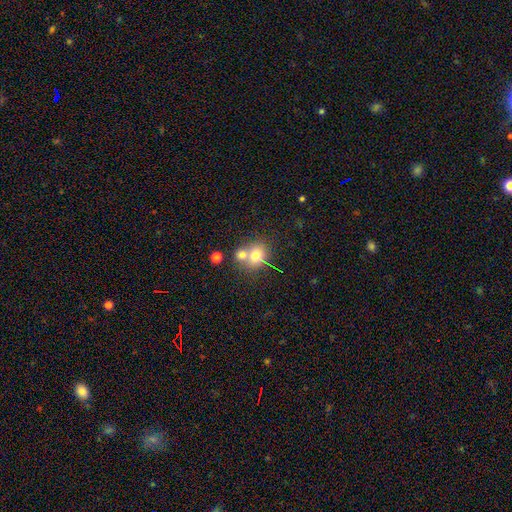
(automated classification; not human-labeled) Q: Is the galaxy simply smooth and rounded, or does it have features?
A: smooth — 72%.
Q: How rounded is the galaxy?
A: round — 69%.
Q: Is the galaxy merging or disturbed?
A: merger — 46%.